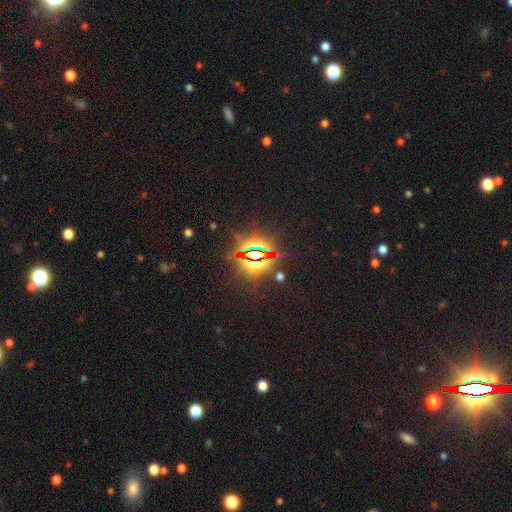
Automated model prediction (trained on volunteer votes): Smooth or featured: star or artifact — 84% (smooth — 9%)